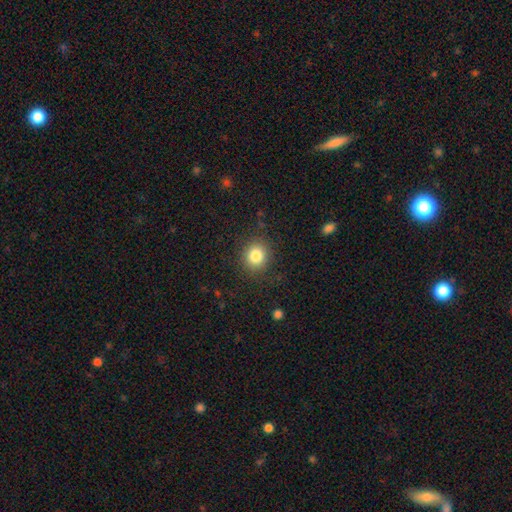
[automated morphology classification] Overall: smooth (83%). How rounded: round (81%). Merging: none (87%).